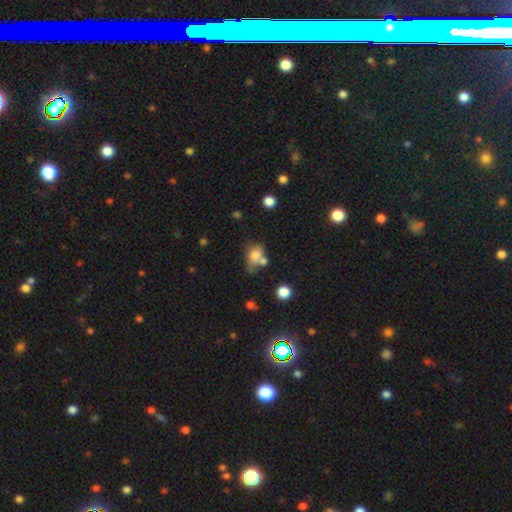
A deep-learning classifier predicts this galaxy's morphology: smooth 69%, featured or disk 18%, star or artifact 13%. Down the decision tree: how rounded — in between (57%); merging — merger (36%).